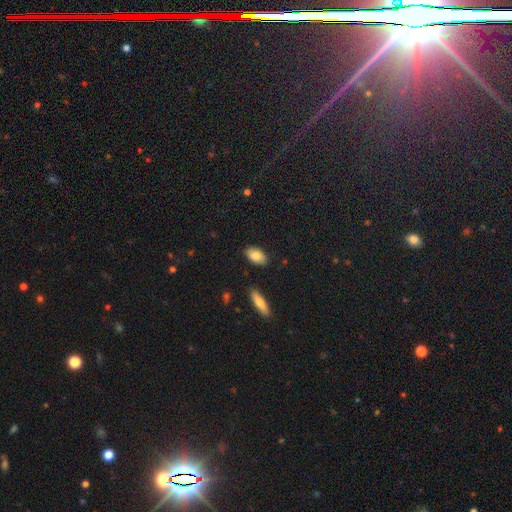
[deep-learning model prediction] Morphology: type=smooth (84%); roundness=in between (92%); merging=none (86%).